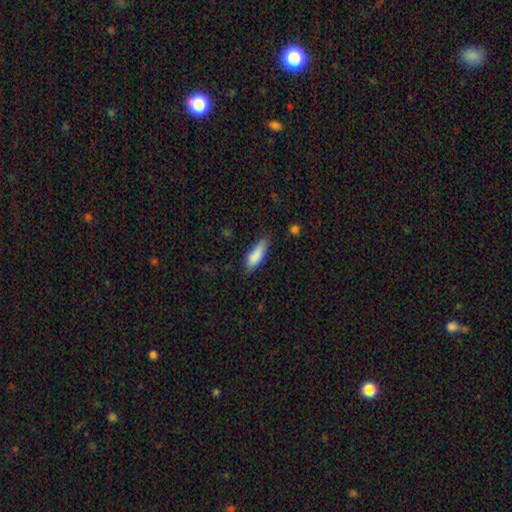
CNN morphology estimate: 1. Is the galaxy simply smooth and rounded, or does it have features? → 86% smooth, 7% featured or disk, 7% star or artifact.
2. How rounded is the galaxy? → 65% in between, 33% cigar-shaped, 2% round.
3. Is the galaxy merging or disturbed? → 68% none, 25% minor disturbance, 5% major disturbance, 2% merger.